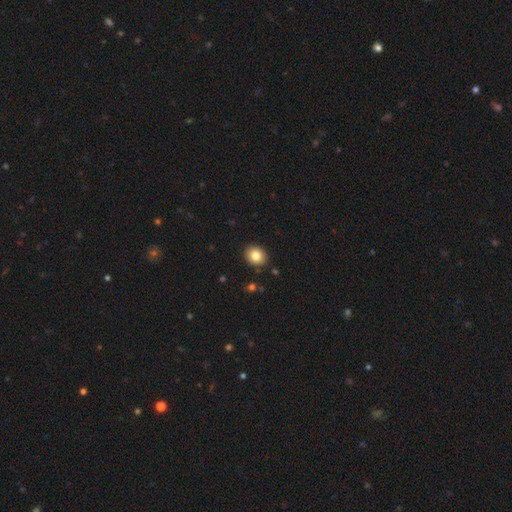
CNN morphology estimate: Smooth or featured? Predicted: smooth (p=0.83). How rounded? Predicted: round (p=0.60). Merging? Predicted: none (p=0.90).